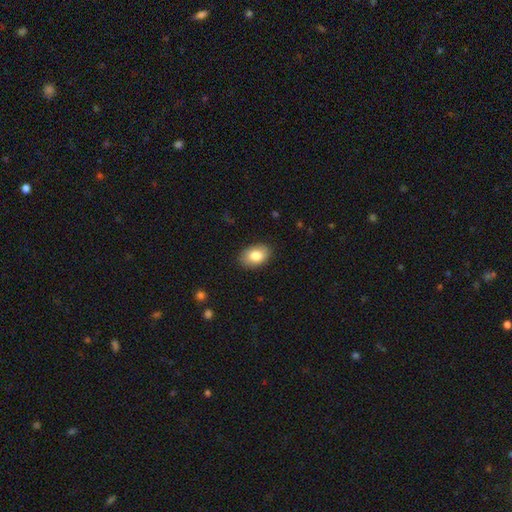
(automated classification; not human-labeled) Smooth or featured: smooth — 83% (featured or disk — 11%)
How rounded: in between — 86% (round — 13%)
Merging: none — 87% (minor disturbance — 10%)